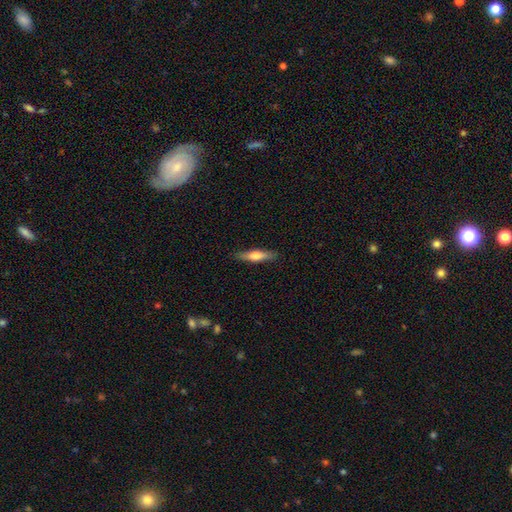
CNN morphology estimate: Smooth or featured? smooth (62%)
How rounded? cigar-shaped (74%)
Merging? none (87%)